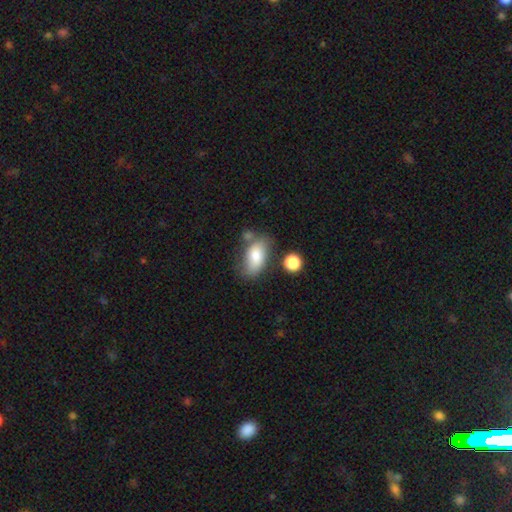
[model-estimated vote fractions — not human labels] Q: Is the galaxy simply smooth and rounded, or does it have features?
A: smooth — 77%.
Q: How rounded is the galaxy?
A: in between — 91%.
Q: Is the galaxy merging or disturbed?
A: none — 56%.